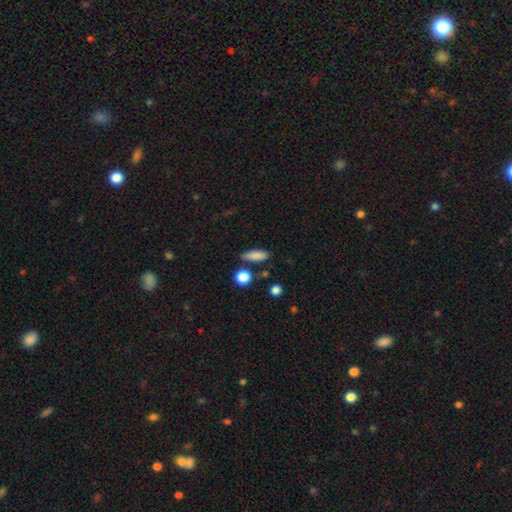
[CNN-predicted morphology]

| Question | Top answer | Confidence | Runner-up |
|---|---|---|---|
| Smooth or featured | smooth | 84% | star or artifact (9%) |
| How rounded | in between | 56% | cigar-shaped (36%) |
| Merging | none | 77% | minor disturbance (14%) |